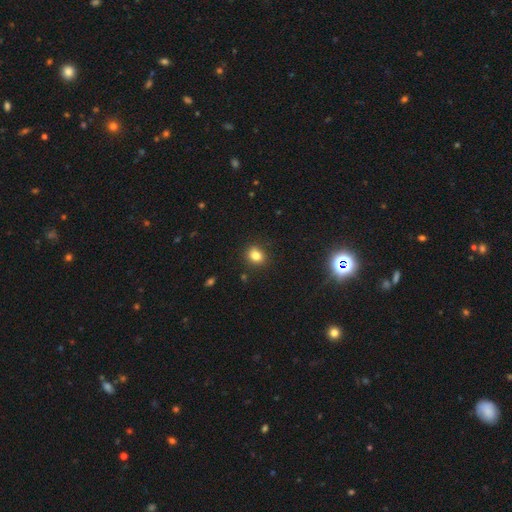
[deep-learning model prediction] Smooth or featured? Predicted: smooth (p=0.80). How rounded? Predicted: round (p=0.63). Merging? Predicted: none (p=0.86).